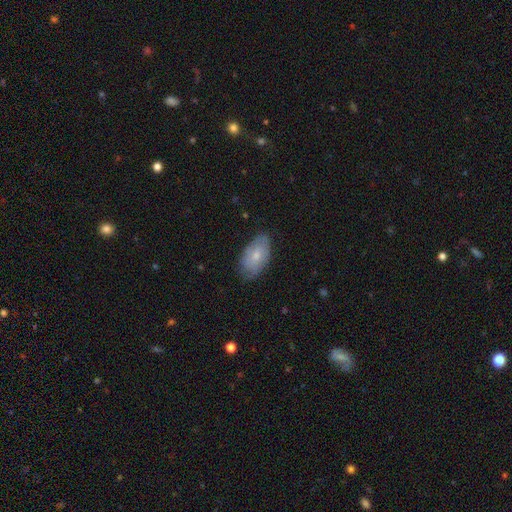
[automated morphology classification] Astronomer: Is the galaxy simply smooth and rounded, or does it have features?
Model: smooth — 61%.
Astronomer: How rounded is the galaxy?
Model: in between — 93%.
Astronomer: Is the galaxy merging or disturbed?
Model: none — 73%.